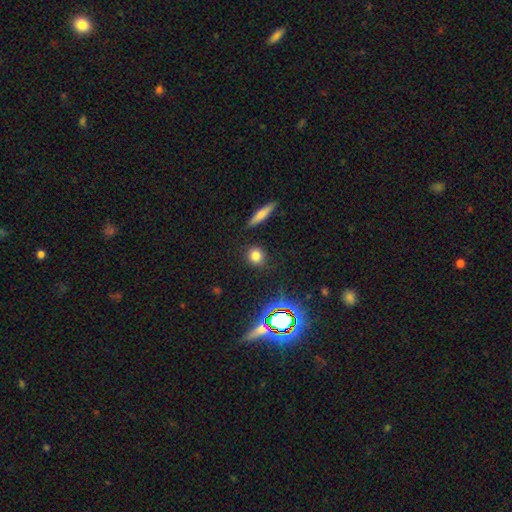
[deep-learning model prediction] Smooth or featured: smooth — 77% (star or artifact — 16%)
How rounded: round — 84% (in between — 13%)
Merging: none — 88% (minor disturbance — 7%)